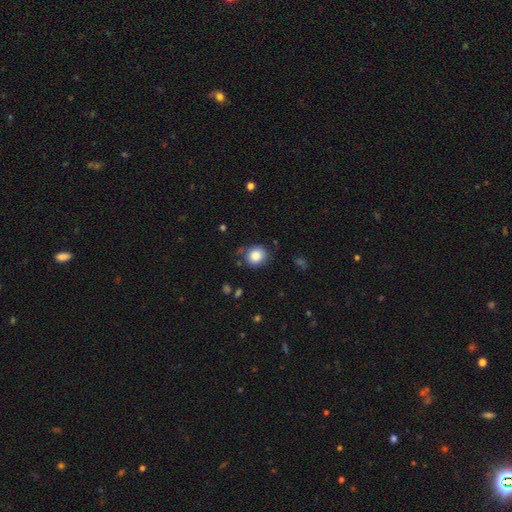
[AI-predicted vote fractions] A smooth galaxy with no disk features (86%) that is round (77%). Merging: none (78%).